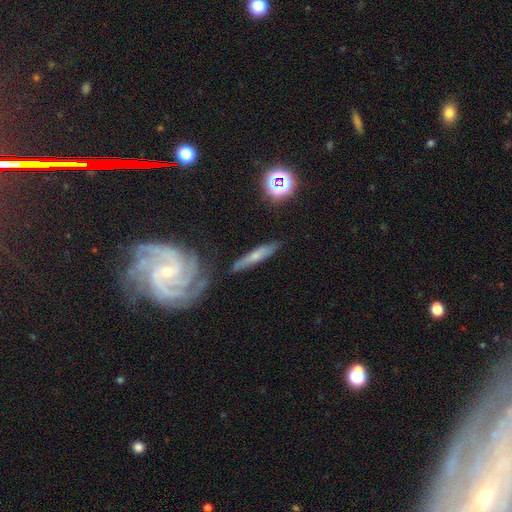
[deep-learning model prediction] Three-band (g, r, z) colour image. It shows a featured or disk galaxy (57%) viewed edge-on (54%). Merging: none (77%).